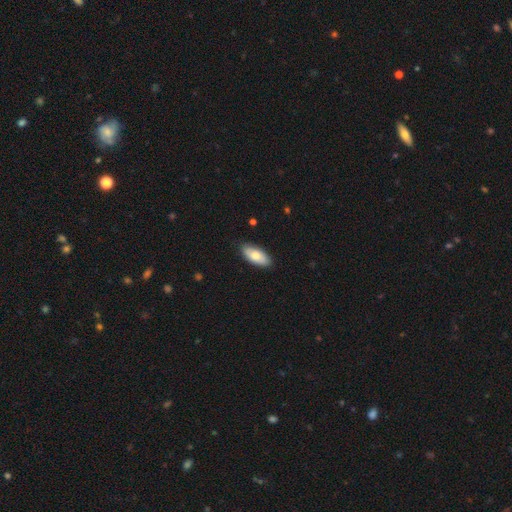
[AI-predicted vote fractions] Smooth or featured? smooth (77%)
How rounded? in between (90%)
Merging? none (87%)